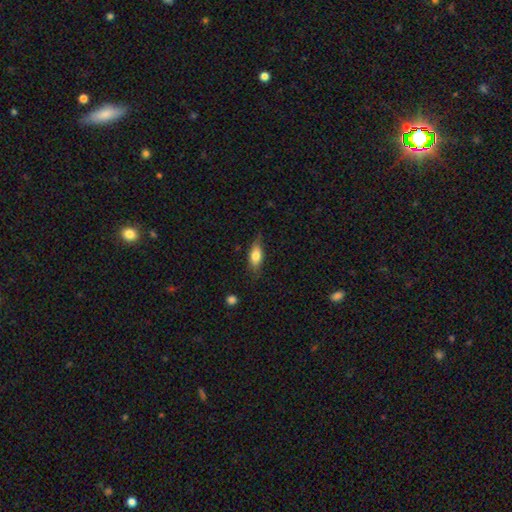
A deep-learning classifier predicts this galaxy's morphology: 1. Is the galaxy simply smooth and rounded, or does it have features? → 74% smooth, 19% featured or disk, 7% star or artifact.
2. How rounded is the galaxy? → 78% in between, 18% cigar-shaped, 4% round.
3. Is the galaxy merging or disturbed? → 74% none, 21% minor disturbance, 4% major disturbance, 1% merger.